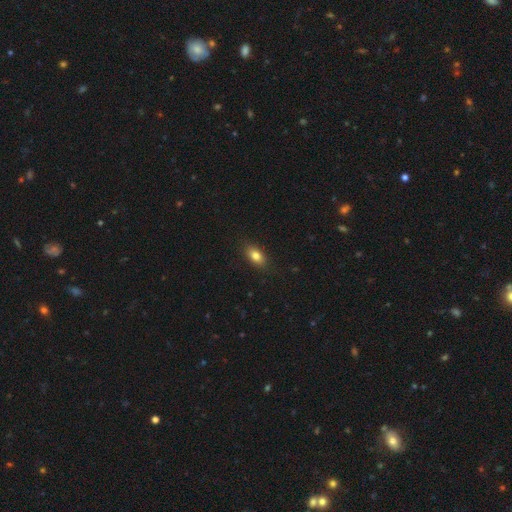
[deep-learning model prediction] The model was most divided on "smooth or featured": smooth: 82%, featured or disk: 10%, star or artifact: 9%. More confident: merging — none (86%); how rounded — in between (85%).